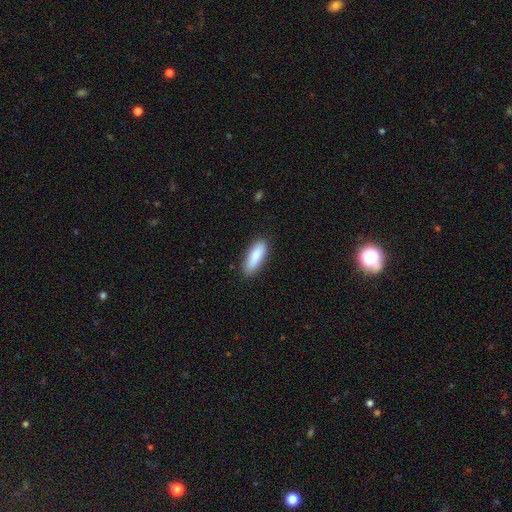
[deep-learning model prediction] This appears to be a smooth galaxy with no disk features (87%) that is in between round and cigar-shaped (60%). Merging: none (87%).